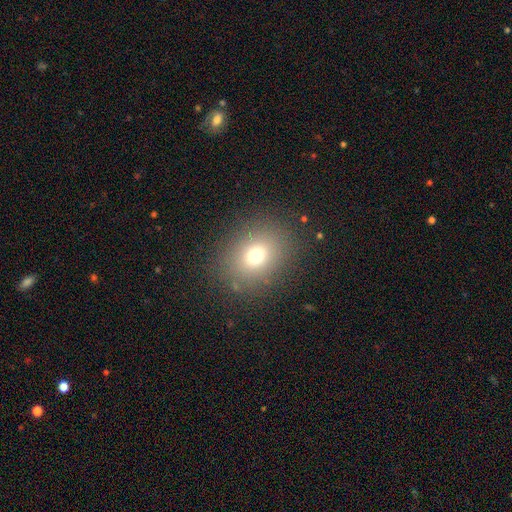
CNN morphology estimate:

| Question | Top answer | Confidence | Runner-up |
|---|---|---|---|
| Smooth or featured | smooth | 71% | star or artifact (17%) |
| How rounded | round | 53% | in between (46%) |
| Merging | none | 84% | minor disturbance (9%) |